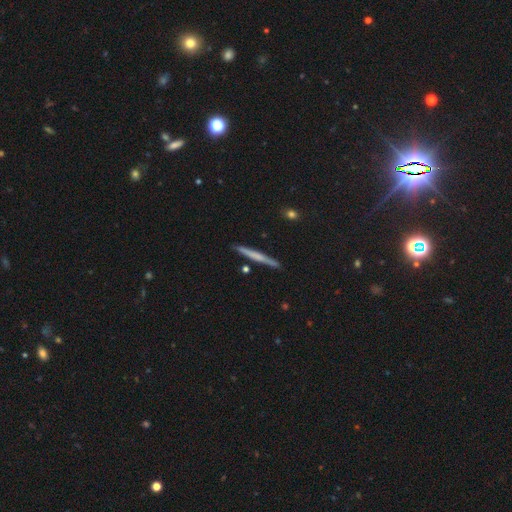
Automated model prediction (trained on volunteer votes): This is possibly a smooth galaxy (48%). Merging: clearly none (90%).